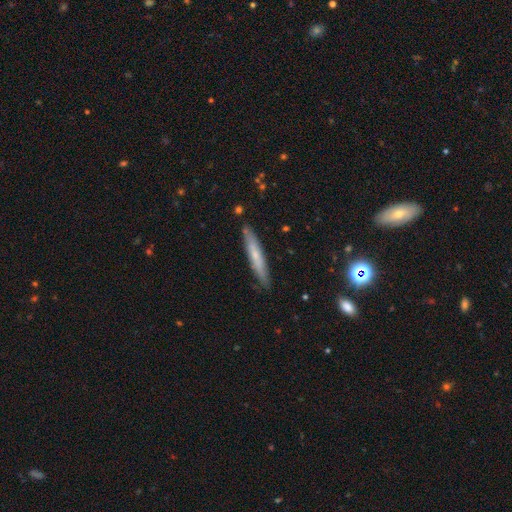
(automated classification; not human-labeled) Overall: smooth (54%; featured or disk 40%). How rounded: cigar-shaped (93%). Merging: none (87%).